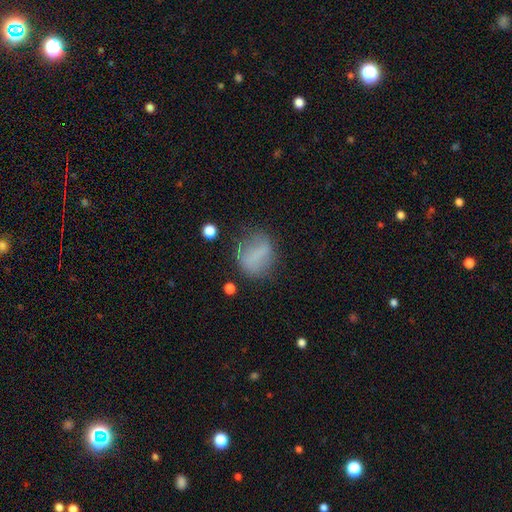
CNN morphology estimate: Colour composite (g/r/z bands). It shows a smooth galaxy with no disk features (66%) that is round (59%). Merging: none (58%).